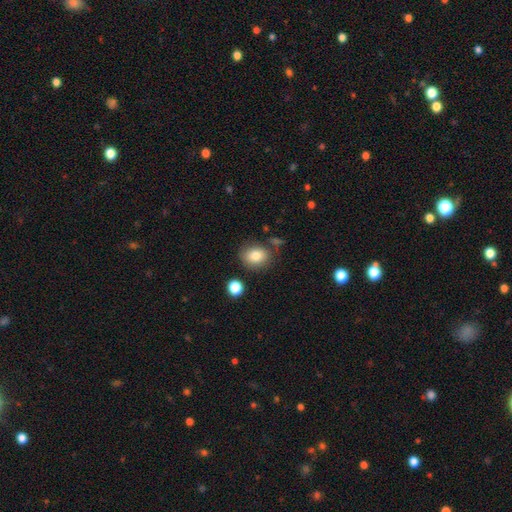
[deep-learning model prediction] smooth 81%, star or artifact 10%, featured or disk 10%. Down the decision tree: how rounded — round (56%); merging — none (74%).